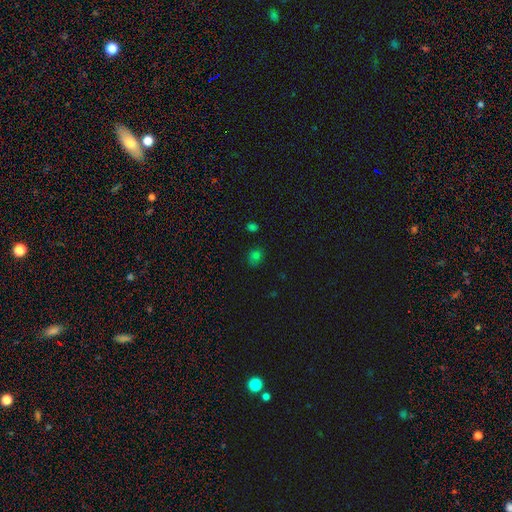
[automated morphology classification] Smooth or featured: smooth — 73% (star or artifact — 21%)
How rounded: round — 58% (in between — 41%)
Merging: none — 74% (minor disturbance — 19%)